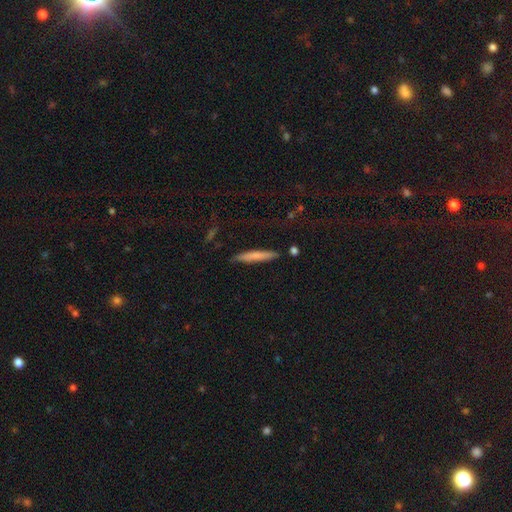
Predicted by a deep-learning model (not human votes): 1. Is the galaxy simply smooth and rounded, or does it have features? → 69% smooth, 25% featured or disk, 6% star or artifact.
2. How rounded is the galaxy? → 94% cigar-shaped, 5% in between, 1% round.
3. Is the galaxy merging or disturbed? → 85% none, 11% minor disturbance, 2% merger, 2% major disturbance.